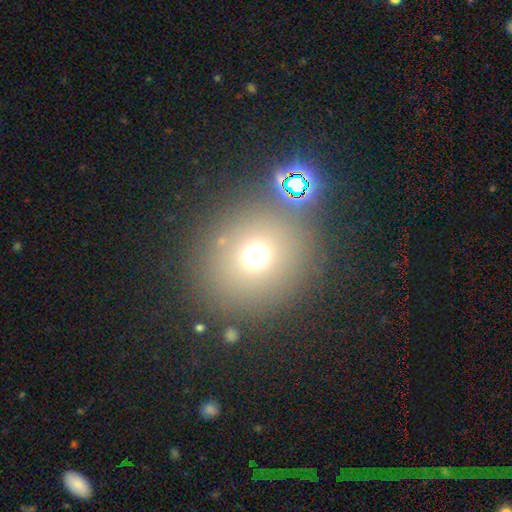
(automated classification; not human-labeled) Smooth or featured? Predicted: smooth (p=0.64). How rounded? Predicted: round (p=0.79). Merging? Predicted: none (p=0.75).